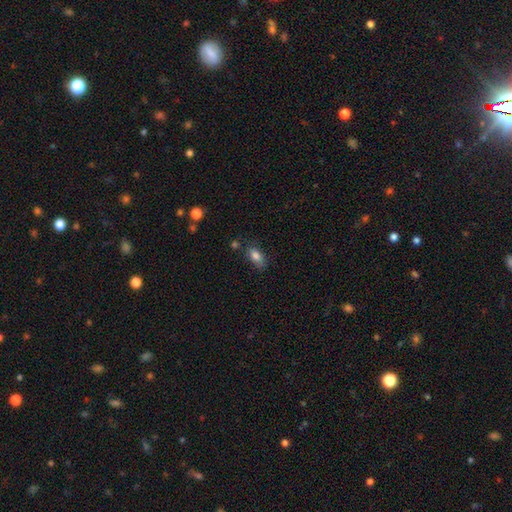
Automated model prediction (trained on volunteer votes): Smooth or featured? Predicted: smooth (p=0.83). How rounded? Predicted: in between (p=0.88). Merging? Predicted: none (p=0.69).